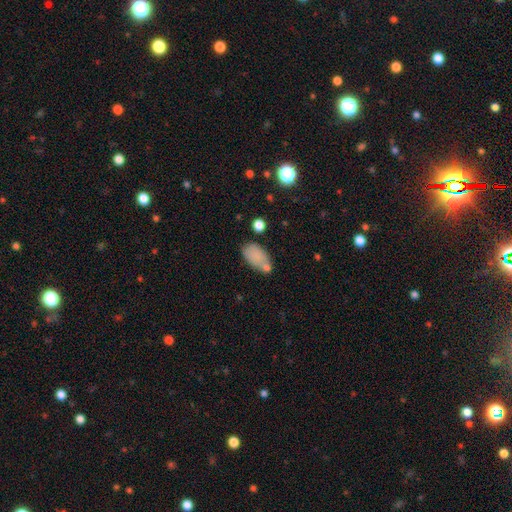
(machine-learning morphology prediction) Smooth or featured? Predicted: smooth (p=0.82). How rounded? Predicted: in between (p=0.92). Merging? Predicted: none (p=0.56).